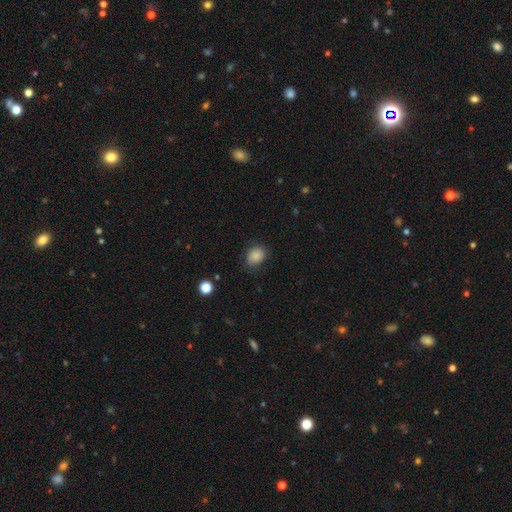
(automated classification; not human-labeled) Smooth or featured?
  - smooth: 86% *
  - star or artifact: 9%
  - featured or disk: 5%
How rounded?
  - in between: 55% *
  - round: 44%
  - cigar-shaped: 1%
Merging?
  - none: 80% *
  - minor disturbance: 15%
  - major disturbance: 4%
  - merger: 1%